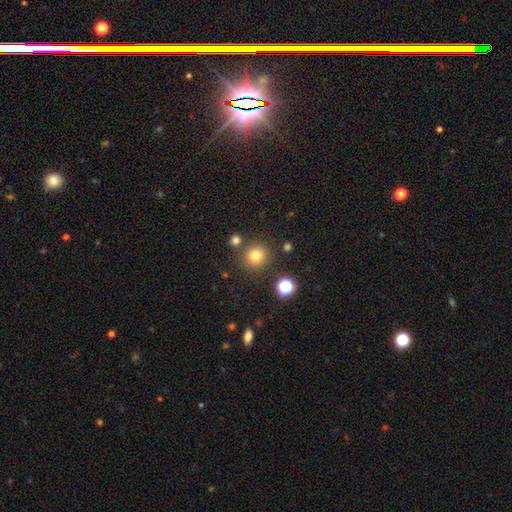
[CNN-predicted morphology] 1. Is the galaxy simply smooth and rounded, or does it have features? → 78% smooth, 15% star or artifact, 7% featured or disk.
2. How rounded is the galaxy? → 93% round, 6% in between, 1% cigar-shaped.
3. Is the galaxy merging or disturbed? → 83% none, 8% minor disturbance, 7% merger, 3% major disturbance.